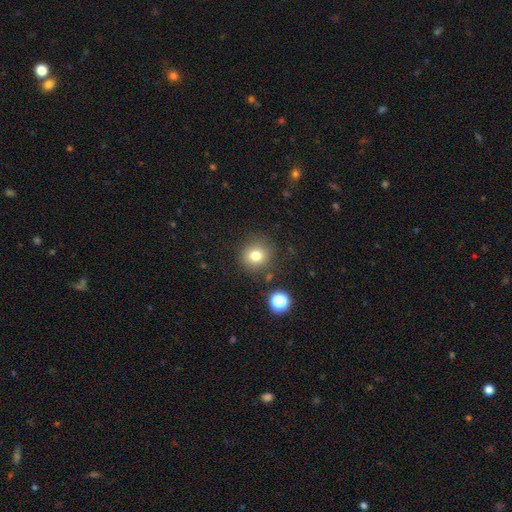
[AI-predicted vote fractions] This is likely a smooth galaxy (77%). How rounded: clearly round (89%). Merging: clearly none (83%).